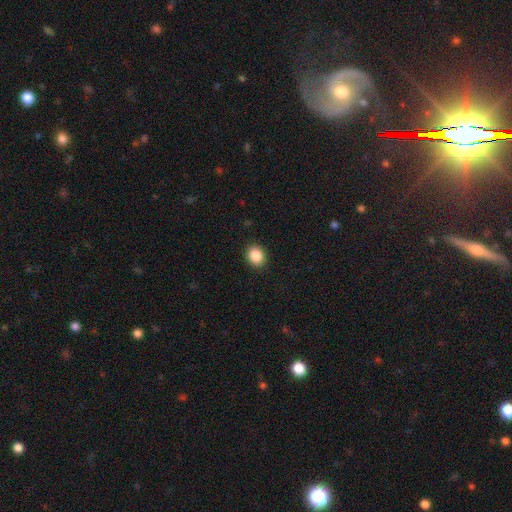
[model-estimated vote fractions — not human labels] This is clearly a smooth galaxy (87%). How rounded: possibly round (57%). Merging: clearly none (90%).